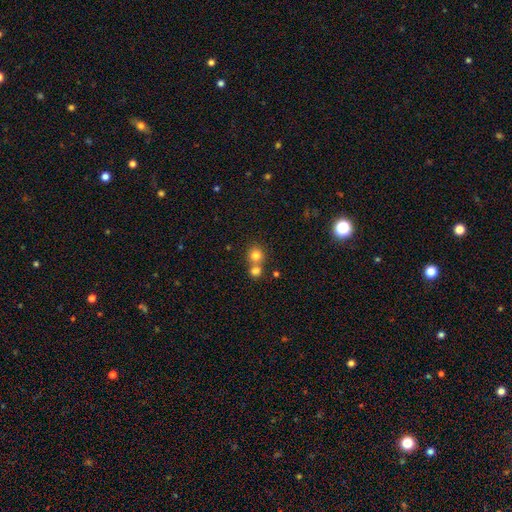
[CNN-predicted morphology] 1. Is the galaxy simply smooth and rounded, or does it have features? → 79% smooth, 13% star or artifact, 8% featured or disk.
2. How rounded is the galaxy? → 88% round, 11% in between, 1% cigar-shaped.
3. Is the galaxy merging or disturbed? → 51% none, 41% merger, 6% minor disturbance, 2% major disturbance.